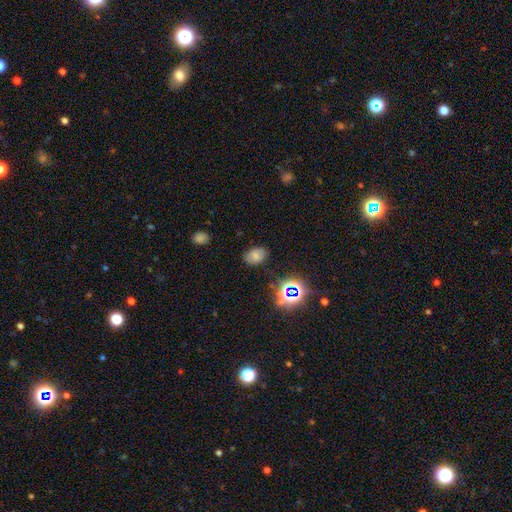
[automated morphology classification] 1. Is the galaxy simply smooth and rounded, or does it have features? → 64% smooth, 21% star or artifact, 15% featured or disk.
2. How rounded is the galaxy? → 83% in between, 16% round, 1% cigar-shaped.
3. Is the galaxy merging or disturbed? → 80% none, 15% minor disturbance, 4% major disturbance, 2% merger.